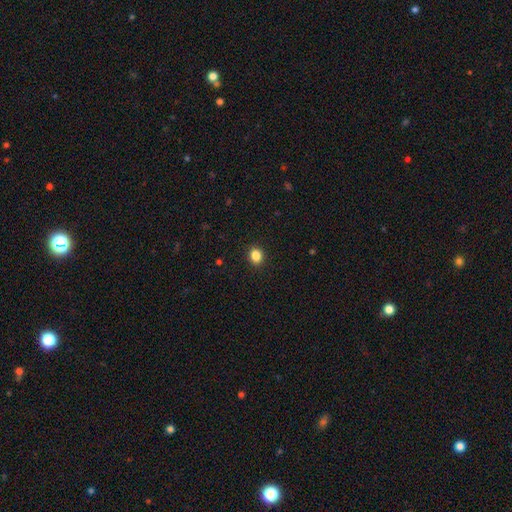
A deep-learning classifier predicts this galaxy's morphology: This appears to be a smooth galaxy with no disk features (86%) that is round (65%). Merging: none (91%).